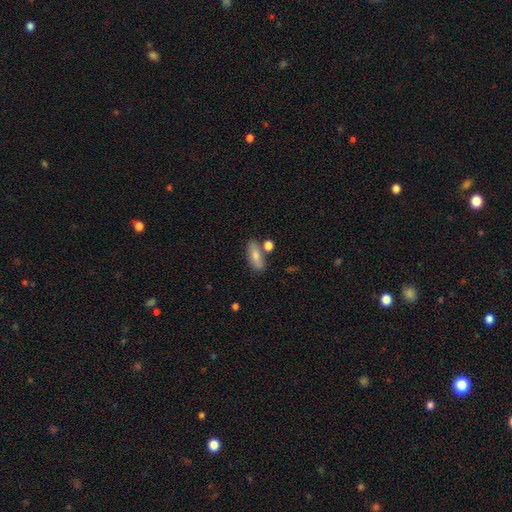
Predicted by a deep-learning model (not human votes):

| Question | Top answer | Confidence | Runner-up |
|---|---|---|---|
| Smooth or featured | smooth | 73% | featured or disk (19%) |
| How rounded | in between | 70% | cigar-shaped (25%) |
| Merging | none | 70% | minor disturbance (14%) |